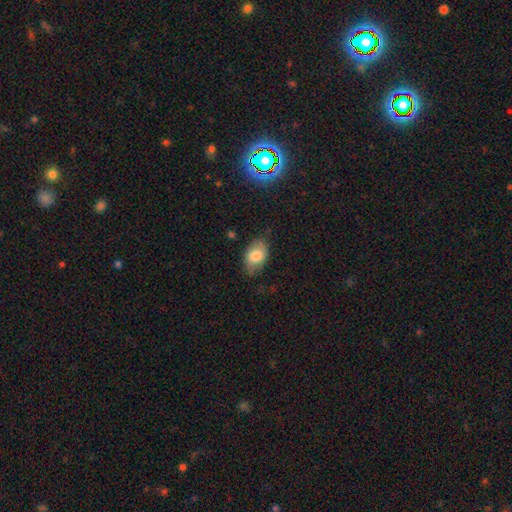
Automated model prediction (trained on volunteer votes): Smooth or featured? Predicted: smooth (p=0.77). How rounded? Predicted: in between (p=0.88). Merging? Predicted: none (p=0.68).